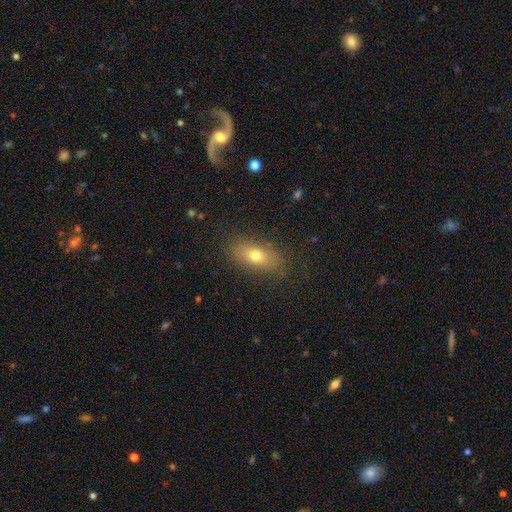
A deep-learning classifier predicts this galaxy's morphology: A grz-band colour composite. It shows a smooth galaxy with no disk features (71%) that is in between round and cigar-shaped (79%). Merging: none (83%).